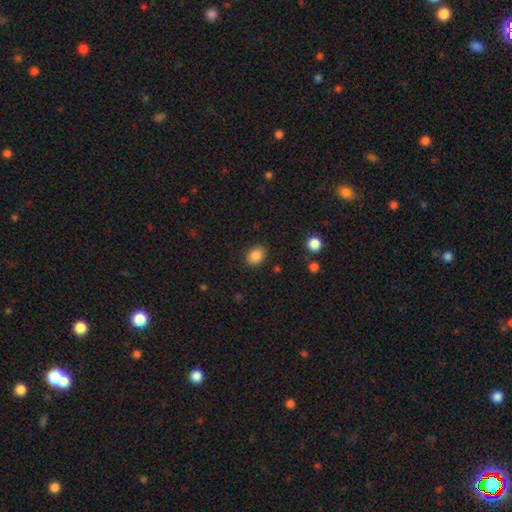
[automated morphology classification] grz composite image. It shows a smooth galaxy with no disk features (87%) that is in between round and cigar-shaped (60%). Merging: none (87%).